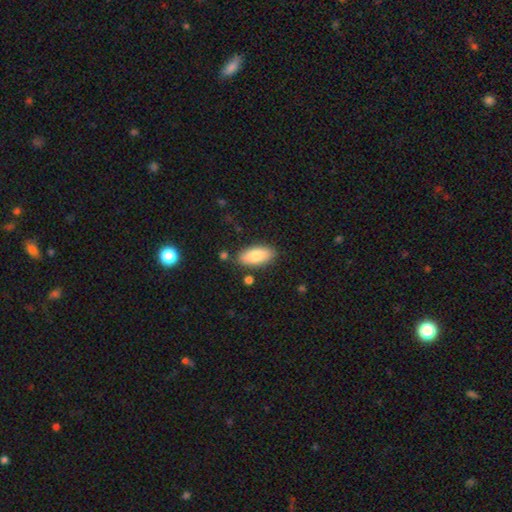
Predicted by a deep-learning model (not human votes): Smooth or featured? smooth (82%)
How rounded? in between (89%)
Merging? none (83%)